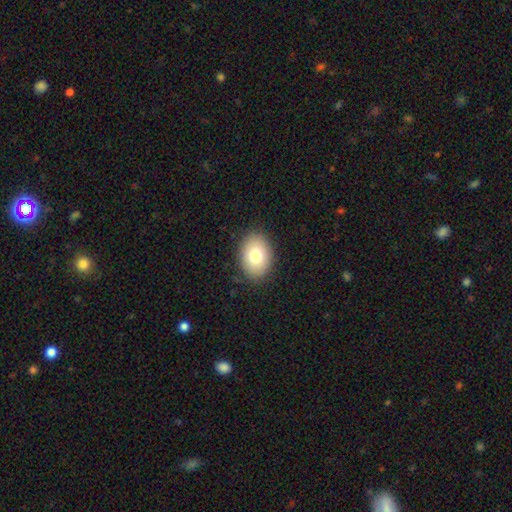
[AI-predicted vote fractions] Smooth or featured?
  - smooth: 78% *
  - featured or disk: 13%
  - star or artifact: 9%
How rounded?
  - in between: 74% *
  - round: 25%
  - cigar-shaped: 1%
Merging?
  - none: 88% *
  - minor disturbance: 9%
  - major disturbance: 2%
  - merger: 1%